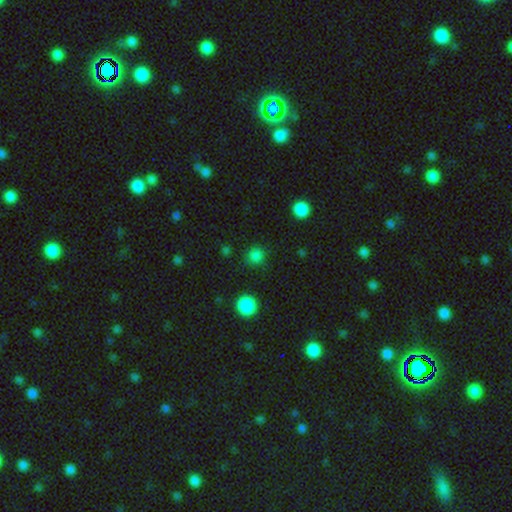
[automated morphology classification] This appears to be a smooth galaxy with no disk features (82%) that is round (91%). Merging: none (85%).